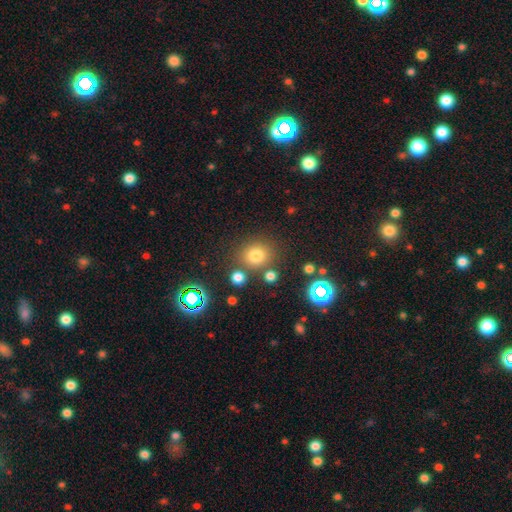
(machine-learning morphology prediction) Smooth or featured: smooth — 75% (star or artifact — 18%)
How rounded: round — 80% (in between — 19%)
Merging: none — 77% (minor disturbance — 10%)